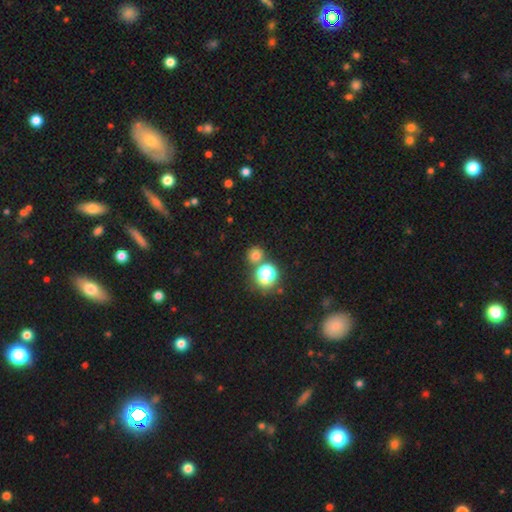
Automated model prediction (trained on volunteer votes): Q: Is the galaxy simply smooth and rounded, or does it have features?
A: smooth — 69%.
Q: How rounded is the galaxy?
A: round — 85%.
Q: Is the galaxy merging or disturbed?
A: none — 70%.